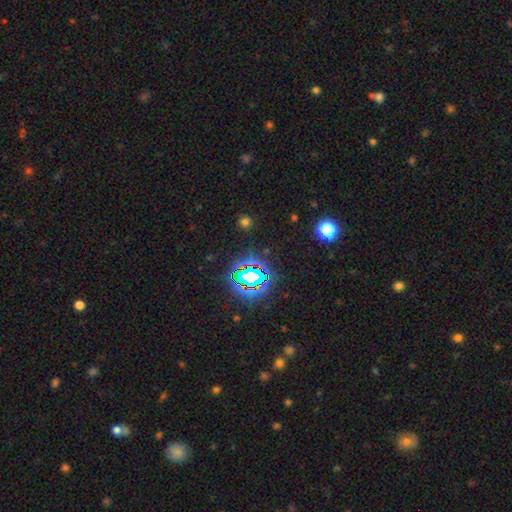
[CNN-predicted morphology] A star or artifact, not a galaxy (80%).

Vote fractions:
- Smooth or featured? star or artifact: 80% / smooth: 13% / featured or disk: 7%